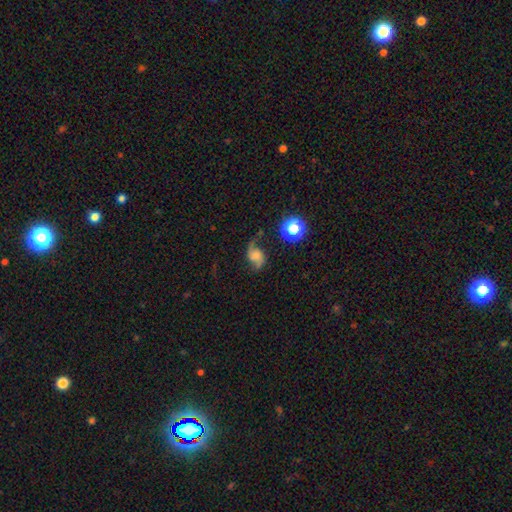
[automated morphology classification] A featured or disk galaxy (71%) with no bar (60%), 2 (89%) loose (75%) spiral arms (95%) and a small central bulge (28%, tied with moderate).

Vote fractions:
- Smooth or featured? featured or disk: 71% / smooth: 18% / star or artifact: 11%
- Edge-on disk? no: 98% / yes: 2%
- Bar? no: 60% / weak: 32% / strong: 8%
- Spiral arms? yes: 95% / no: 5%
- Spiral winding? loose: 75% / medium: 21% / tight: 4%
- Spiral arm count? 2: 89% / 1: 6% / can't tell: 2% / 3: 1% / 4: 1% / more than 4: 1%
- Bulge size? small: 28% (tied) / moderate: 28% (tied) / none: 25% / large: 14% / dominant: 5%
- Merging? none: 64% / minor disturbance: 19% / major disturbance: 13% / merger: 4%